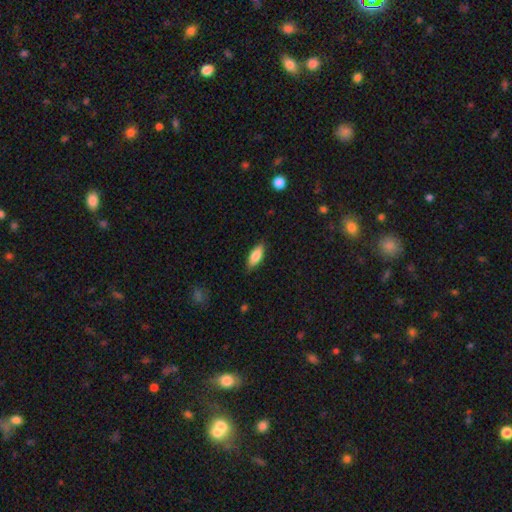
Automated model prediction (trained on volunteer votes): smooth-or-featured: smooth: 81% | featured or disk: 13% | star or artifact: 6%
  how-rounded: in between: 72% | cigar-shaped: 26% | round: 2%
  merging: none: 85% | minor disturbance: 11% | major disturbance: 2% | merger: 1%